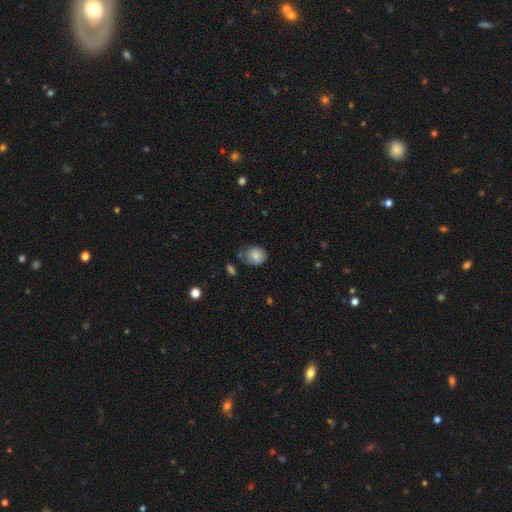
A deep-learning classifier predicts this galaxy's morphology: type=smooth (78%); roundness=round (62%); merging=none (57%).